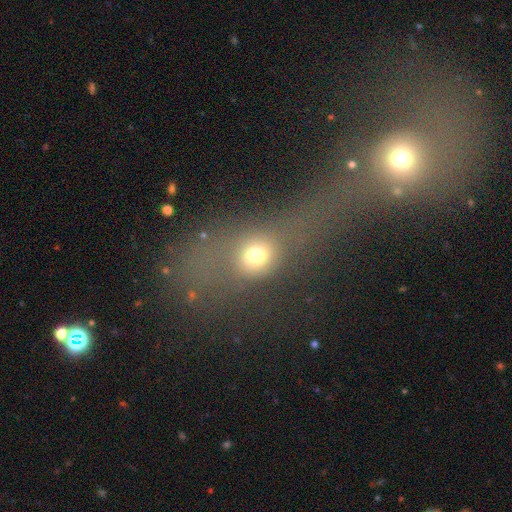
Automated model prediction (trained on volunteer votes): Morphology: type=smooth (67%); roundness=in between (48%); merging=none (39%).